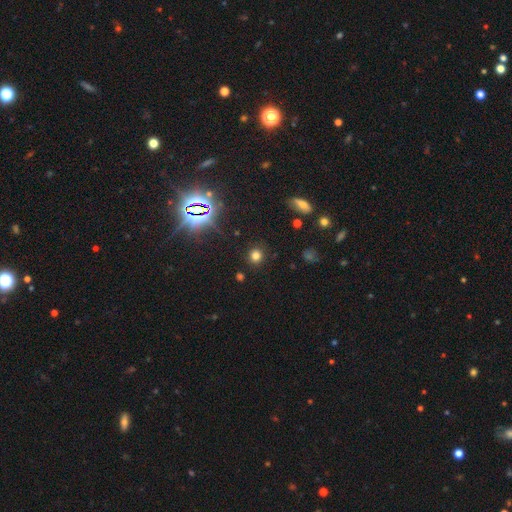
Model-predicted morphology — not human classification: The model was most divided on "smooth or featured": smooth: 72%, star or artifact: 22%, featured or disk: 6%. More confident: merging — none (89%); how rounded — round (88%).